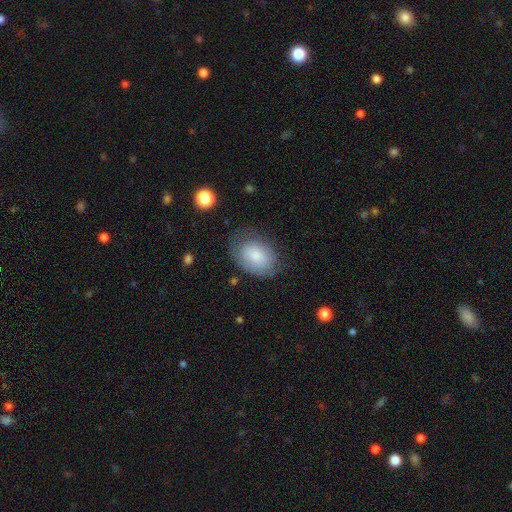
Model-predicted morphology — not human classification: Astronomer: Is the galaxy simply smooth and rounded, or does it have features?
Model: smooth — 73%.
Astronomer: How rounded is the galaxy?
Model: in between — 80%.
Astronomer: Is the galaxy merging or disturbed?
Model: none — 62%.